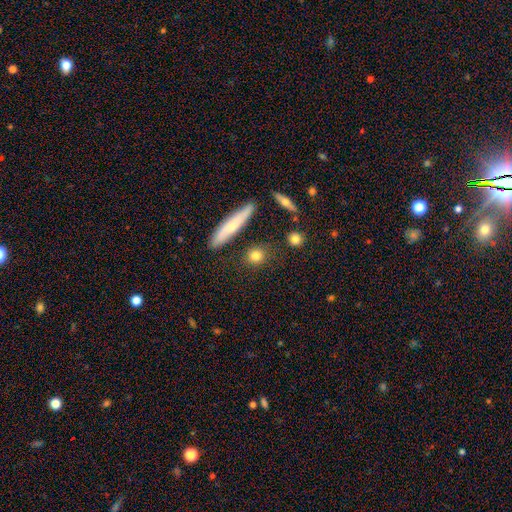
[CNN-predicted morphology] smooth 79%, featured or disk 12%, star or artifact 9%. Down the decision tree: how rounded — round (70%); merging — none (84%).